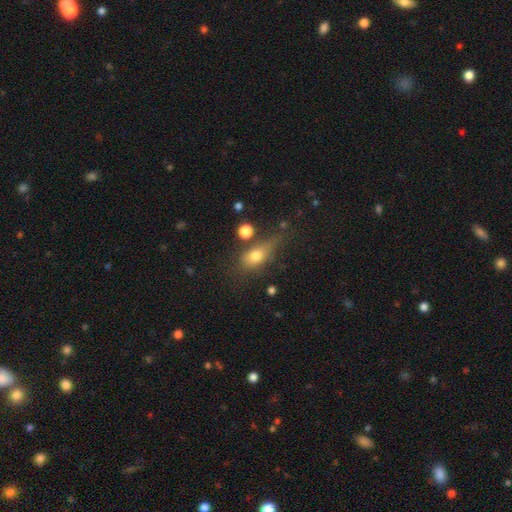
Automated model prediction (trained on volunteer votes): The model was most divided on "merging": none: 49%, minor disturbance: 26%, major disturbance: 16%, merger: 9%. More confident: smooth or featured — smooth (69%); how rounded — in between (67%).